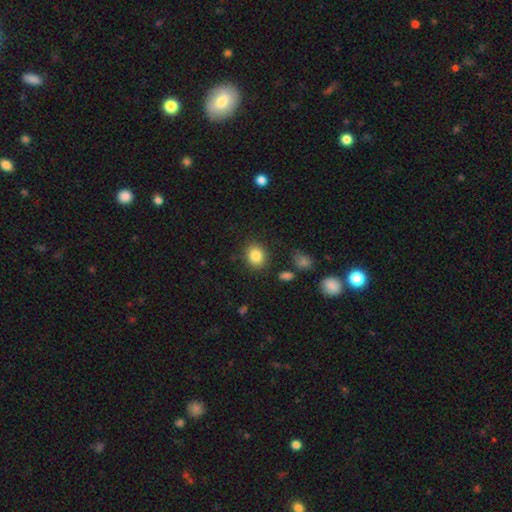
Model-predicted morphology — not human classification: smooth_or_featured: smooth (p=0.84) [alt: star or artifact p=0.09]
how_rounded: round (p=0.60) [alt: in between p=0.39]
merging: none (p=0.85) [alt: minor disturbance p=0.09]